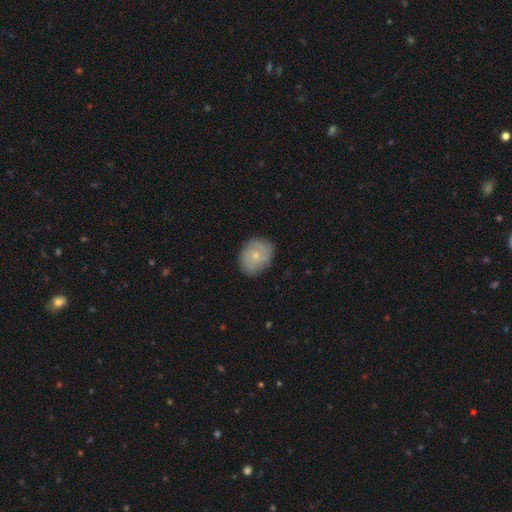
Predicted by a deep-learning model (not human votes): A smooth galaxy with no disk features (63%) that is round (53%).

Vote fractions:
- Smooth or featured? smooth: 63% / featured or disk: 30% / star or artifact: 7%
- How rounded? round: 53% / in between: 46% / cigar-shaped: 1%
- Merging? none: 80% / minor disturbance: 16% / major disturbance: 3% / merger: 1%